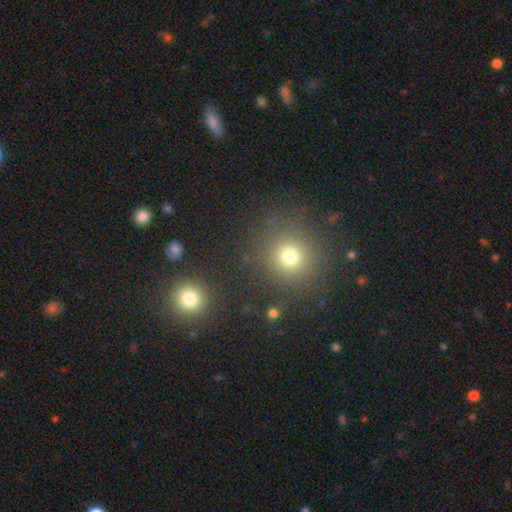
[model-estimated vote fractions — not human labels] This is possibly a smooth galaxy (56%). How rounded: clearly round (92%). Merging: clearly none (87%).